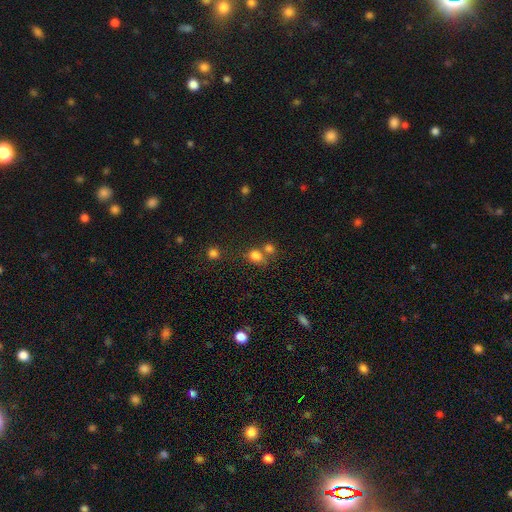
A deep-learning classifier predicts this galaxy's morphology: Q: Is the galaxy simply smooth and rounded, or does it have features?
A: smooth — 78%.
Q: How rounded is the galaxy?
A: in between — 57%.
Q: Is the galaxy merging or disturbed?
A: none — 44%.